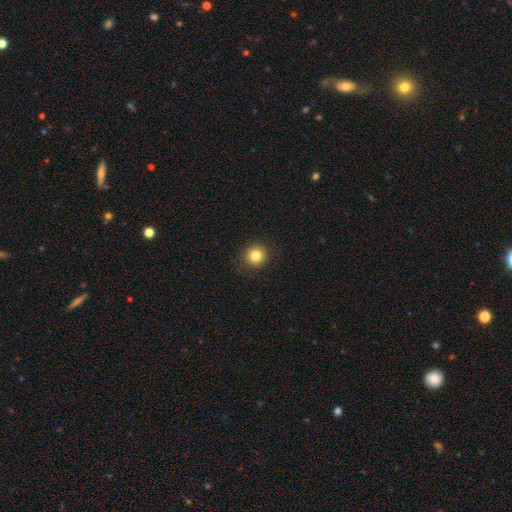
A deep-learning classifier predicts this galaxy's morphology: Smooth or featured?
  - smooth: 82% *
  - star or artifact: 11%
  - featured or disk: 7%
How rounded?
  - round: 92% *
  - in between: 7%
  - cigar-shaped: 1%
Merging?
  - none: 90% *
  - minor disturbance: 7%
  - major disturbance: 2%
  - merger: 1%